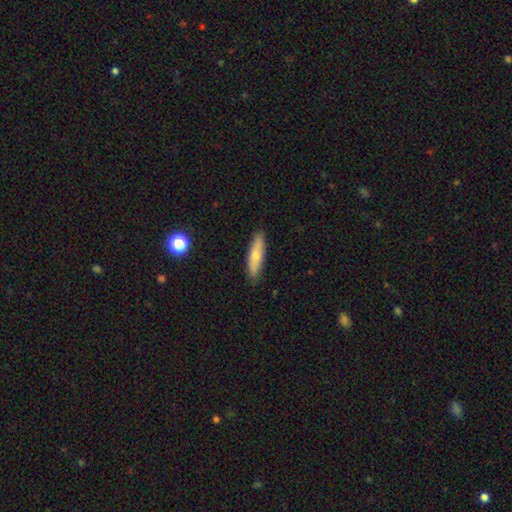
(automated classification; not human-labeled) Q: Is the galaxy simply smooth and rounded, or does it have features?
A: smooth — 68%.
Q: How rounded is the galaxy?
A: cigar-shaped — 67%.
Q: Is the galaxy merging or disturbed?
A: none — 86%.